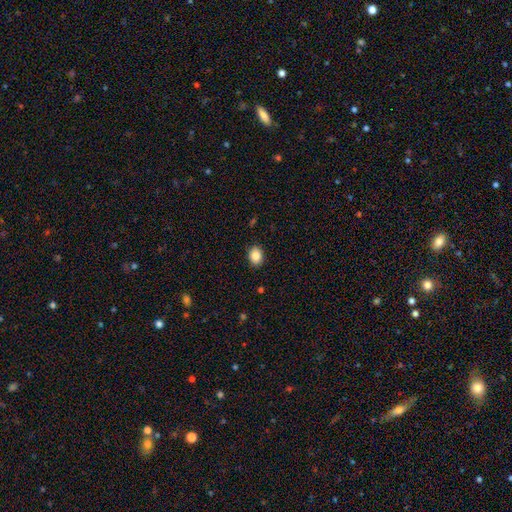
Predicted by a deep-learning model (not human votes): Overall: smooth (86%). How rounded: in between (59%; round 40%). Merging: none (89%).